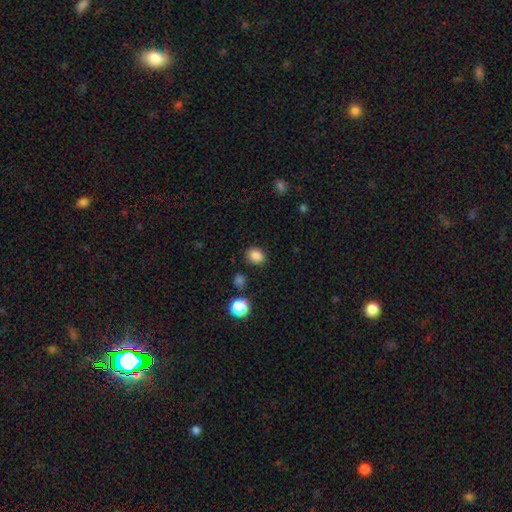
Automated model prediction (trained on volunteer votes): A smooth galaxy with no disk features (84%) that is round (51%).

Vote fractions:
- Smooth or featured? smooth: 84% / star or artifact: 12% / featured or disk: 4%
- How rounded? round: 51% / in between: 48% / cigar-shaped: 1%
- Merging? none: 86% / minor disturbance: 9% / major disturbance: 3% / merger: 2%